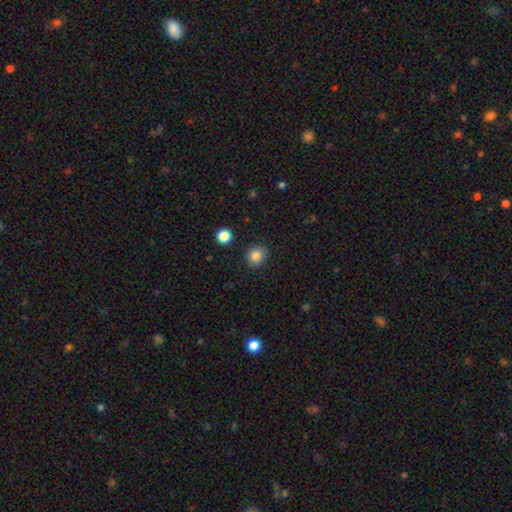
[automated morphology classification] type=smooth (84%); roundness=round (82%); merging=none (89%).